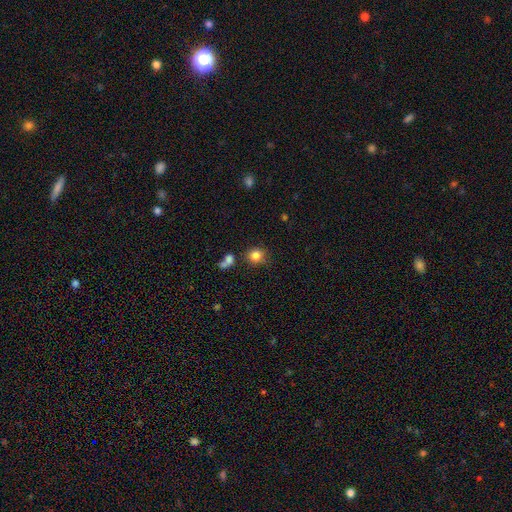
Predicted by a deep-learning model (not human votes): Smooth or featured: smooth — 83% (star or artifact — 11%)
How rounded: round — 77% (in between — 22%)
Merging: none — 73% (minor disturbance — 14%)